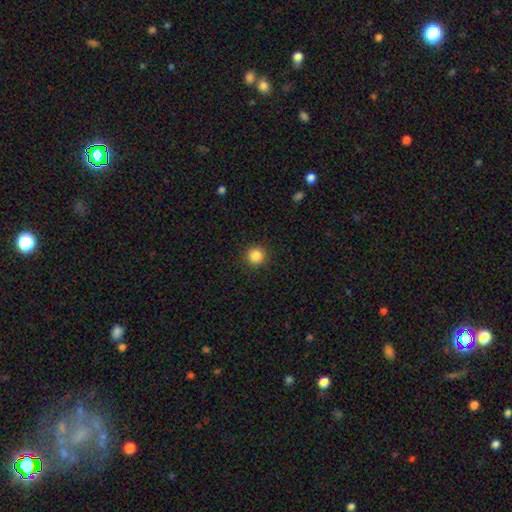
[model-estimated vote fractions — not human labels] Q: Smooth or featured?
A: smooth (86%); runner-up: star or artifact (11%)
Q: How rounded?
A: round (95%); runner-up: in between (4%)
Q: Merging?
A: none (92%); runner-up: minor disturbance (5%)